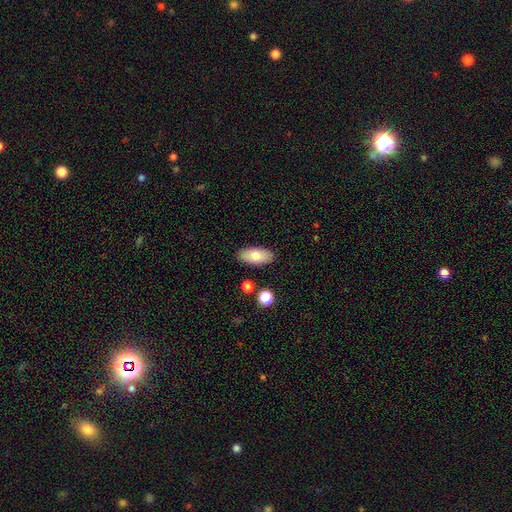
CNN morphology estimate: Smooth or featured: smooth — 77% (featured or disk — 16%)
How rounded: in between — 89% (cigar-shaped — 8%)
Merging: none — 87% (minor disturbance — 9%)